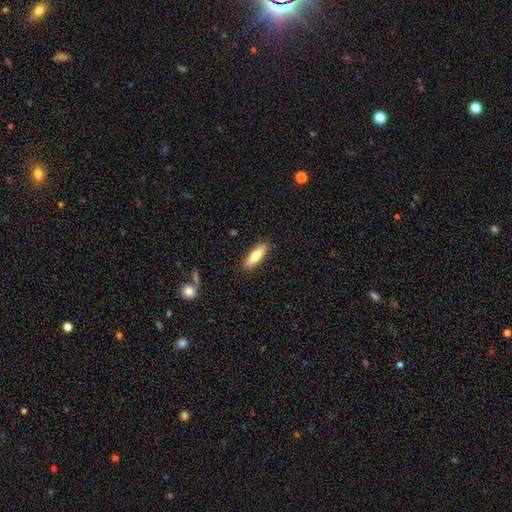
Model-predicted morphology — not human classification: Smooth or featured: smooth — 66% (featured or disk — 28%)
How rounded: cigar-shaped — 61% (in between — 37%)
Merging: none — 89% (minor disturbance — 8%)